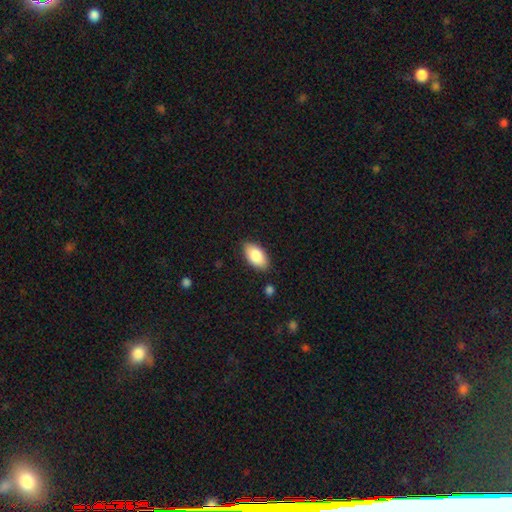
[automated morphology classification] A smooth galaxy with no disk features (85%) that is in between round and cigar-shaped (94%).

Vote fractions:
- Smooth or featured? smooth: 85% / featured or disk: 9% / star or artifact: 6%
- How rounded? in between: 94% / round: 3% / cigar-shaped: 3%
- Merging? none: 84% / minor disturbance: 12% / major disturbance: 2% / merger: 2%